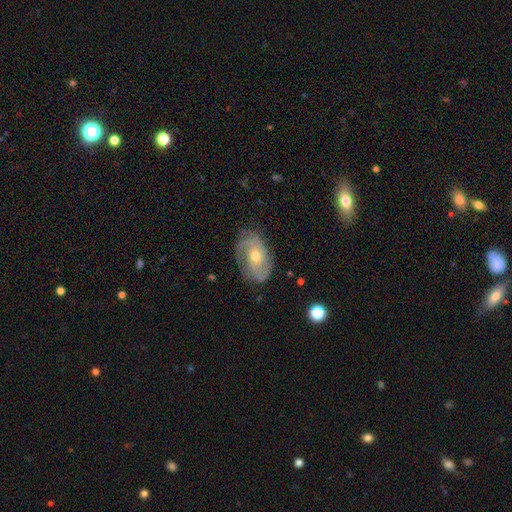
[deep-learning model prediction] A featured or disk galaxy (81%) with no bar (68%), 2 (43%) tight (49%) spiral arms (94%) and a moderate central bulge (62%).

Vote fractions:
- Smooth or featured? featured or disk: 81% / smooth: 12% / star or artifact: 7%
- Edge-on disk? no: 96% / yes: 4%
- Bar? no: 68% / weak: 26% / strong: 6%
- Spiral arms? yes: 94% / no: 6%
- Spiral winding? tight: 49% / medium: 38% / loose: 13%
- Spiral arm count? 2: 43% / 3: 22% / can't tell: 21% / 1: 6% / 4: 5% / more than 4: 4%
- Bulge size? moderate: 62% / small: 34% / large: 2% / none: 1% / dominant: 1%
- Merging? none: 74% / minor disturbance: 19% / major disturbance: 6% / merger: 1%